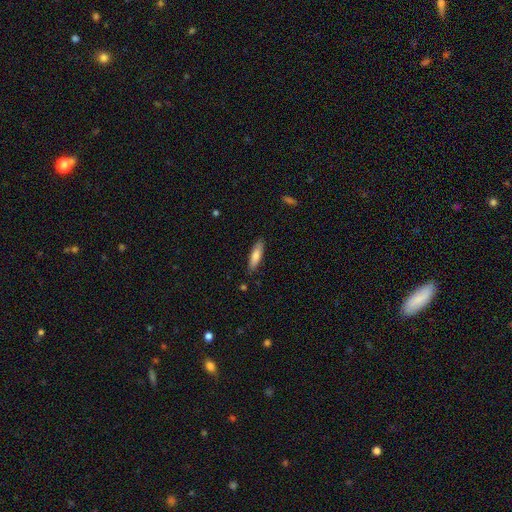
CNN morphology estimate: A smooth galaxy with no disk features (75%) that is cigar-shaped (61%).

Vote fractions:
- Smooth or featured? smooth: 75% / featured or disk: 19% / star or artifact: 6%
- How rounded? cigar-shaped: 61% / in between: 38% / round: 2%
- Merging? none: 87% / minor disturbance: 10% / major disturbance: 2% / merger: 1%